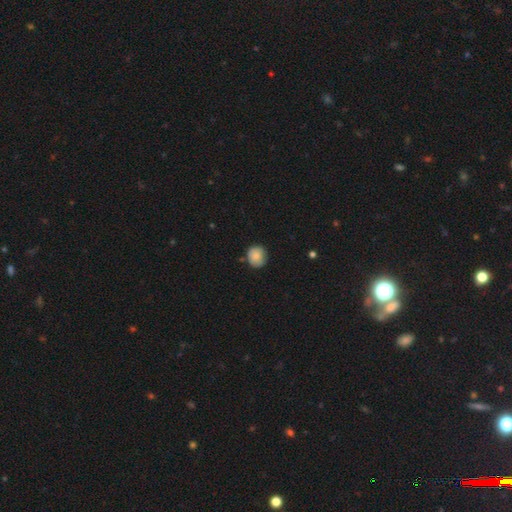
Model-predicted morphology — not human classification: Smooth or featured? smooth (85%)
How rounded? round (79%)
Merging? none (77%)